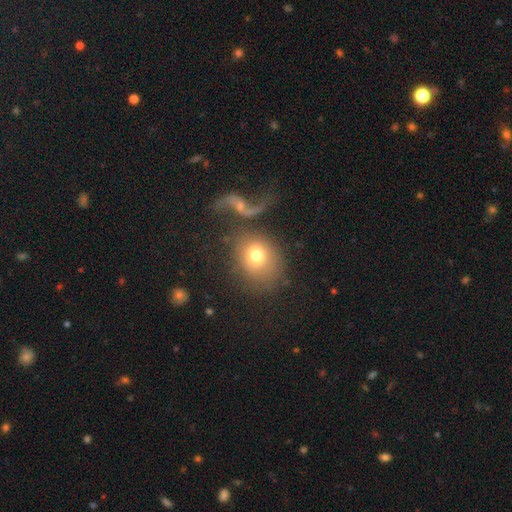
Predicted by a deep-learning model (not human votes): Morphology: type=smooth (67%); roundness=round (65%); merging=none (53%).